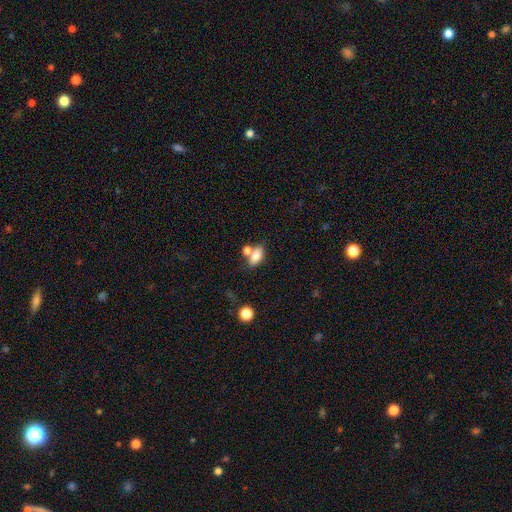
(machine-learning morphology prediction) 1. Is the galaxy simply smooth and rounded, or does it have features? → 80% smooth, 11% featured or disk, 9% star or artifact.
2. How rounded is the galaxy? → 86% in between, 7% cigar-shaped, 7% round.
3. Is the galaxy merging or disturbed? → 46% none, 37% merger, 12% minor disturbance, 5% major disturbance.